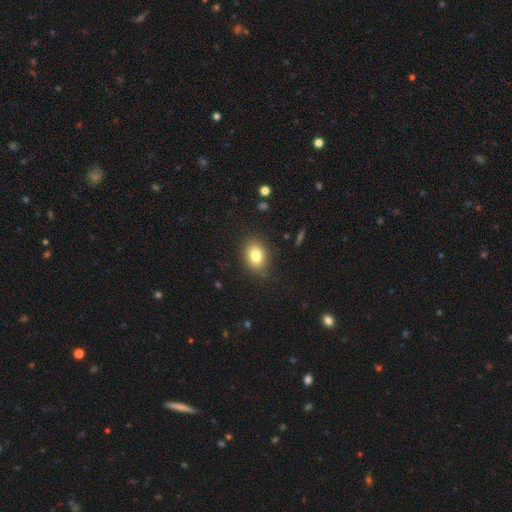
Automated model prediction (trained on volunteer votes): Smooth or featured? Predicted: smooth (p=0.80). How rounded? Predicted: in between (p=0.70). Merging? Predicted: none (p=0.84).